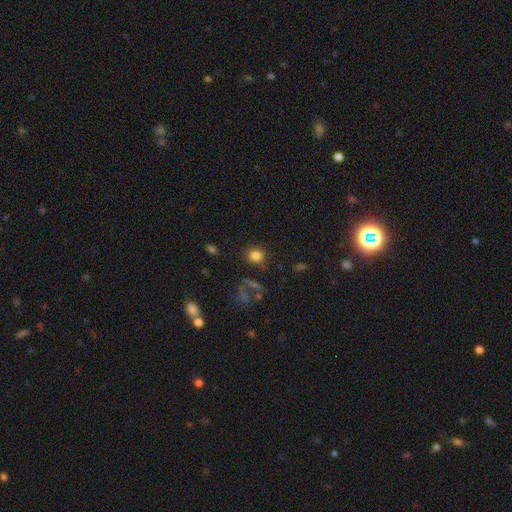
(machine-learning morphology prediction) This appears to be a smooth galaxy with no disk features (81%) that is round (79%). Merging: none (82%).